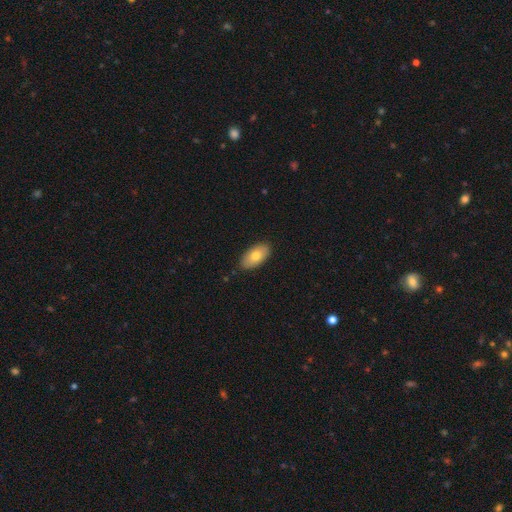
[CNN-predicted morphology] The model was most divided on "smooth or featured": smooth: 76%, featured or disk: 17%, star or artifact: 6%. More confident: how rounded — in between (94%); merging — none (88%).